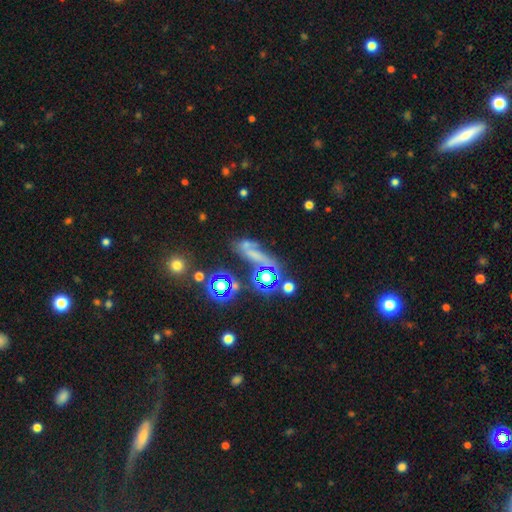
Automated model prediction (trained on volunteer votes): Morphology: type=smooth (37%); merging=none (42%).